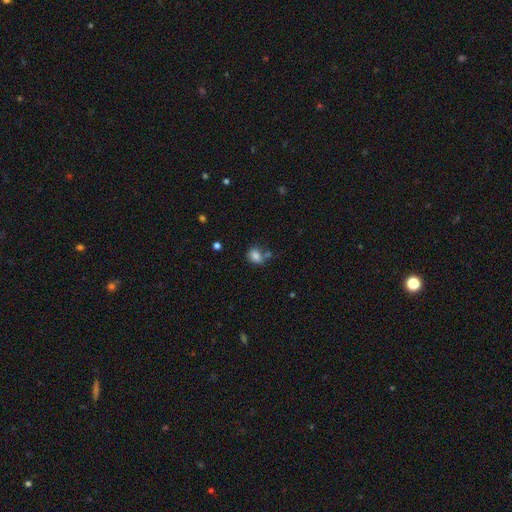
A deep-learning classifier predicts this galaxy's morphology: This is clearly a smooth galaxy (81%). How rounded: possibly in between (53%). Merging: possibly none (55%).